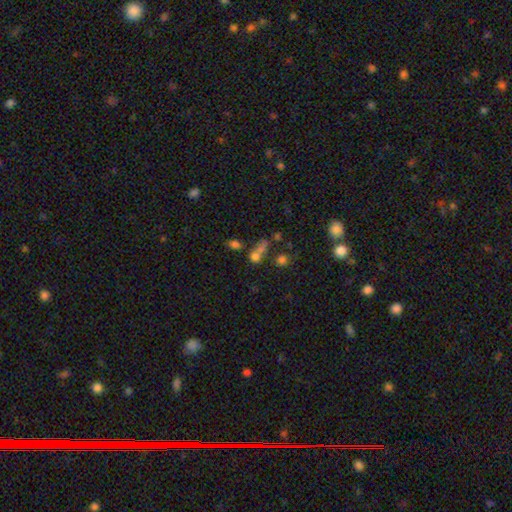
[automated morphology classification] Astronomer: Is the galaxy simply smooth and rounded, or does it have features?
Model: smooth — 62%.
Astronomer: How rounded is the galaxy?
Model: round — 64%.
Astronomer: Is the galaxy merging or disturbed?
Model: merger — 48% (runner-up: none, 35%).